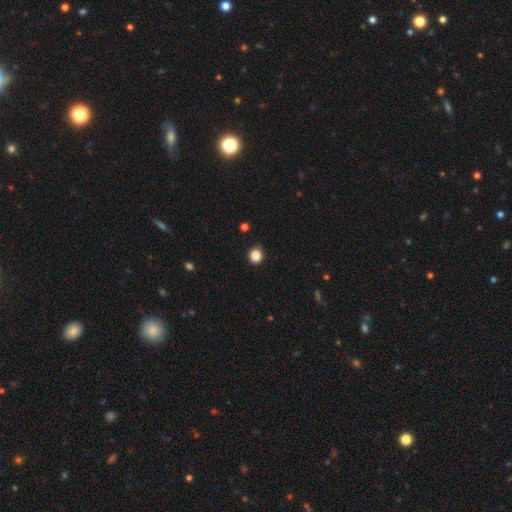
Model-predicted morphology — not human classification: A smooth galaxy with no disk features (86%) that is round (89%). Merging: none (91%).